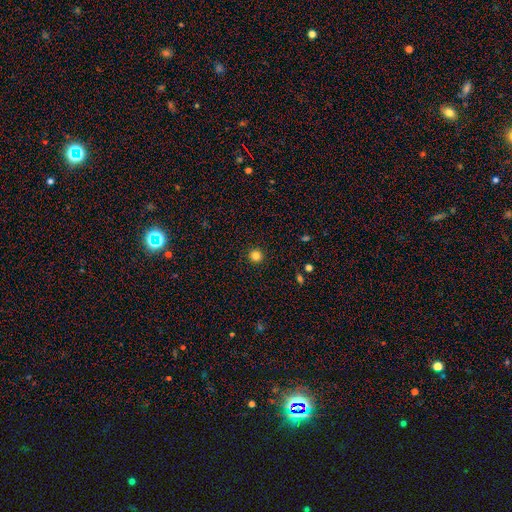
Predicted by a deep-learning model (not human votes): This appears to be a smooth galaxy with no disk features (84%) that is round (95%). Merging: none (93%).